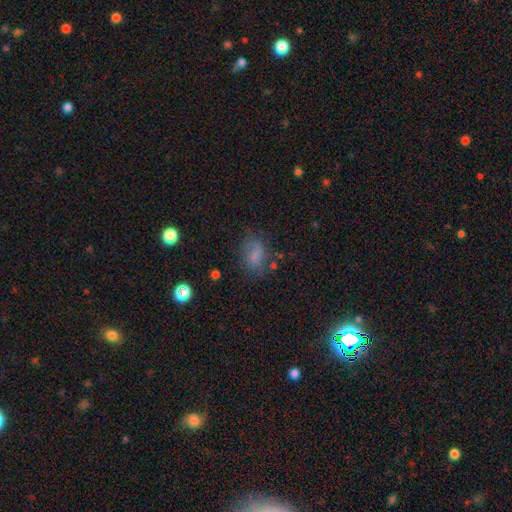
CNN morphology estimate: The model was most divided on "merging": none: 58%, minor disturbance: 24%, major disturbance: 14%, merger: 4%. More confident: how rounded — in between (77%); smooth or featured — smooth (68%).